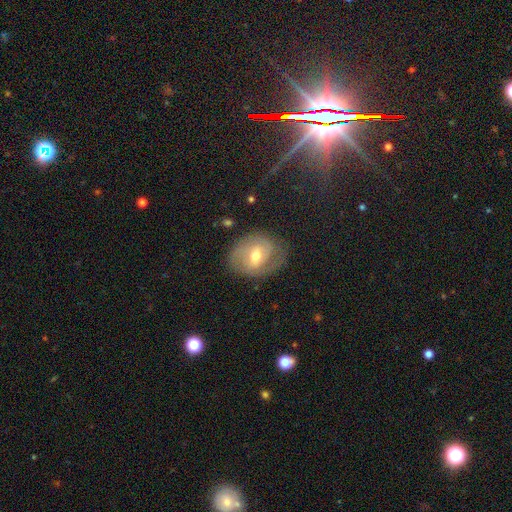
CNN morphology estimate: The model was most divided on "bar": weak: 50%, no: 31%, strong: 19%. More confident: edge-on disk — no (96%); spiral arms — yes (78%); bulge size — moderate (68%); merging — none (66%); smooth or featured — featured or disk (61%).